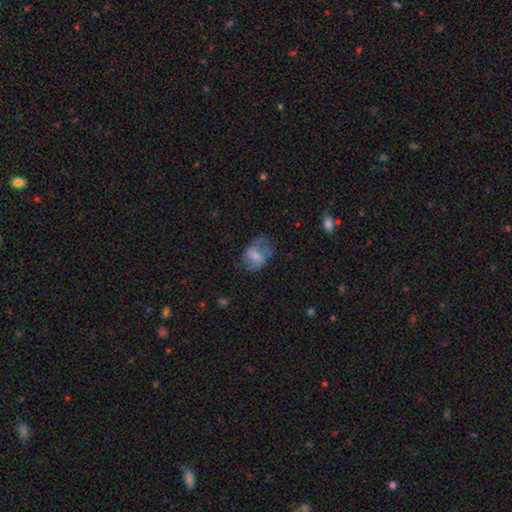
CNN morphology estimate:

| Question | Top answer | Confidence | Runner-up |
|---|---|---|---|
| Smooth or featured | smooth | 47% | featured or disk (44%) |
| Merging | none | 44% | major disturbance (27%) |